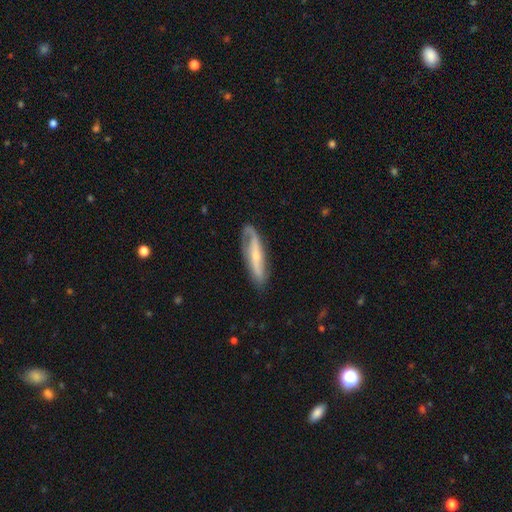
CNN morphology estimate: The model was most divided on "edge-on disk": no: 70%, yes: 30%. More confident: merging — none (70%); smooth or featured — featured or disk (70%).